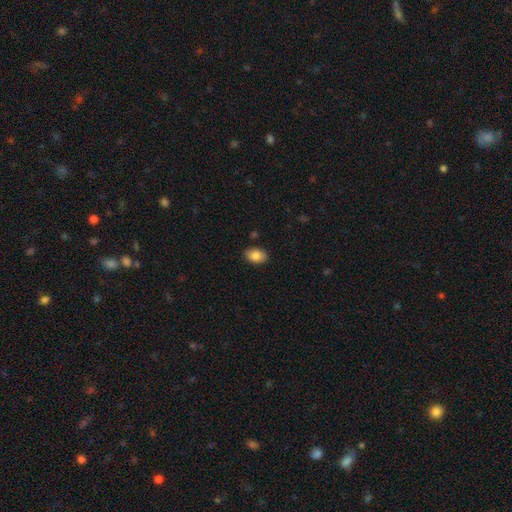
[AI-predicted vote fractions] smooth 86%, star or artifact 7%, featured or disk 7%. Down the decision tree: how rounded — in between (87%); merging — none (87%).